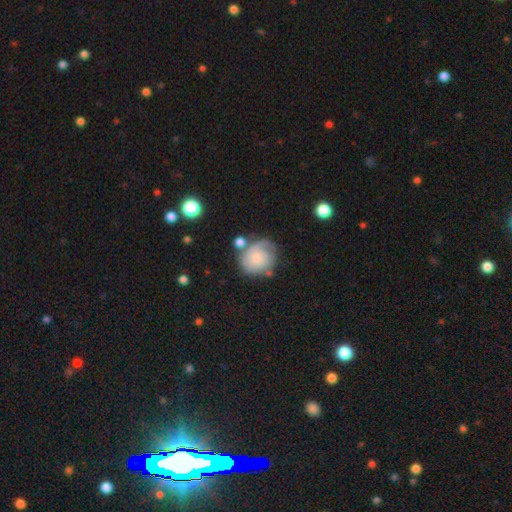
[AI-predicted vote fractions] This appears to be a smooth galaxy with no disk features (49%). Merging: none (53%).